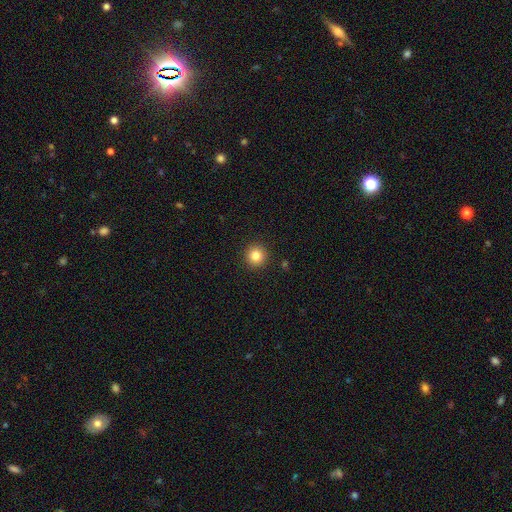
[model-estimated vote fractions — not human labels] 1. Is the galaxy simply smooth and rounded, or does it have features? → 83% smooth, 11% star or artifact, 6% featured or disk.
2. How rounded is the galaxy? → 95% round, 4% in between, 1% cigar-shaped.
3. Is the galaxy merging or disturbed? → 93% none, 5% minor disturbance, 2% major disturbance, 1% merger.